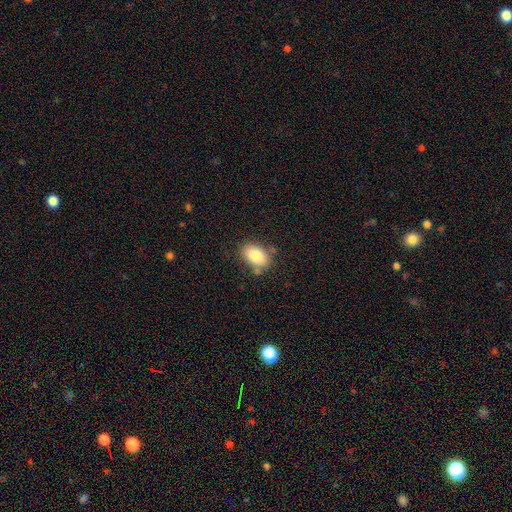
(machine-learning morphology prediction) Smooth or featured? smooth (85%)
How rounded? in between (89%)
Merging? none (76%)